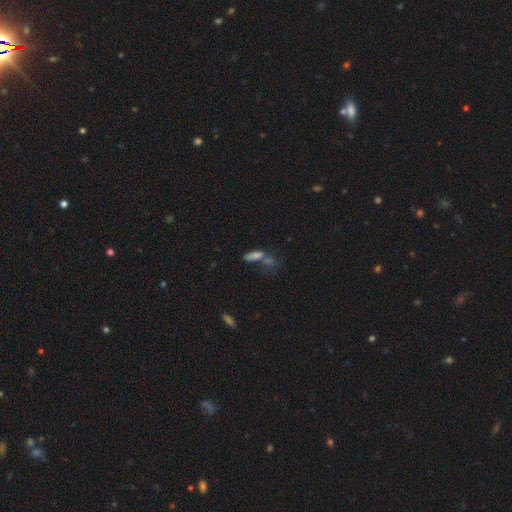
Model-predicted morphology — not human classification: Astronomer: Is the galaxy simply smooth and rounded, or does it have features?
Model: smooth — 61%.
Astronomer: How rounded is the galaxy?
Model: in between — 61%.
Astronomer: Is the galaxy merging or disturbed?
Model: merger — 45% (runner-up: none, 33%).